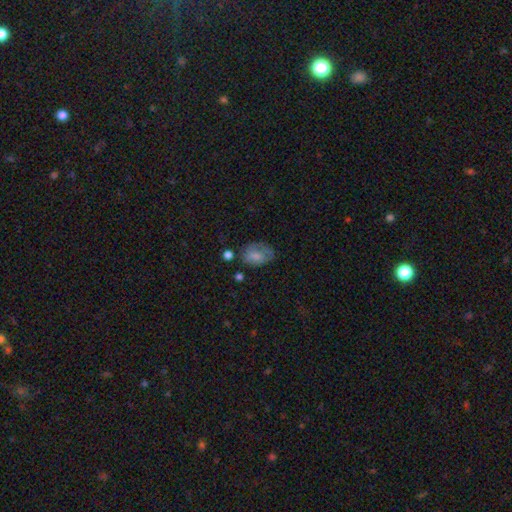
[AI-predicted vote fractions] This is likely a smooth galaxy (70%). How rounded: clearly in between (80%). Merging: possibly none (49%).